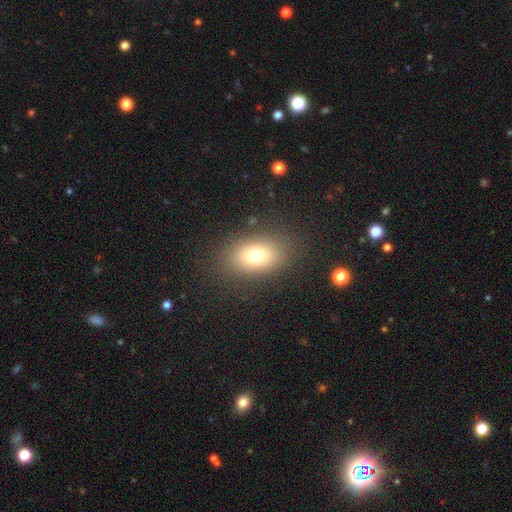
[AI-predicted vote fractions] smooth 76%, featured or disk 13%, star or artifact 12%. Down the decision tree: how rounded — in between (83%); merging — none (84%).